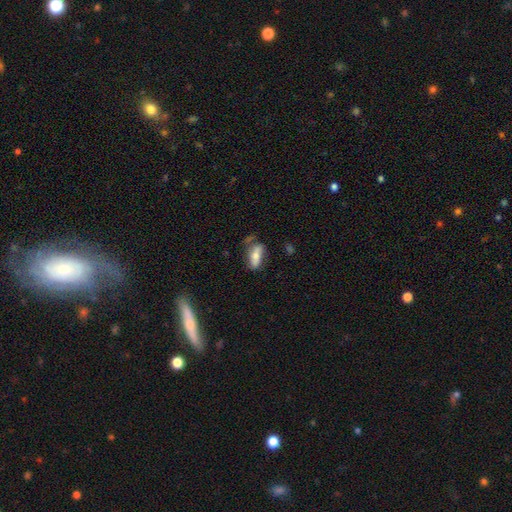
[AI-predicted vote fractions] Smooth or featured? Predicted: smooth (p=0.64). How rounded? Predicted: in between (p=0.75). Merging? Predicted: none (p=0.53).